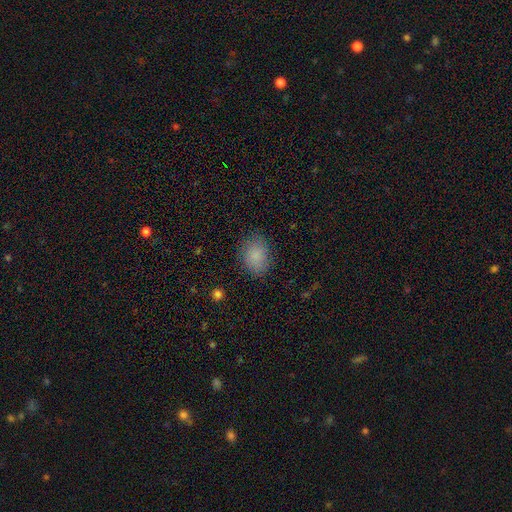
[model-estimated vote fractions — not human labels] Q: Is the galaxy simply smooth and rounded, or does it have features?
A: smooth — 86%.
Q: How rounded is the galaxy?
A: in between — 71%.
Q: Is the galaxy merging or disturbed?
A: none — 82%.